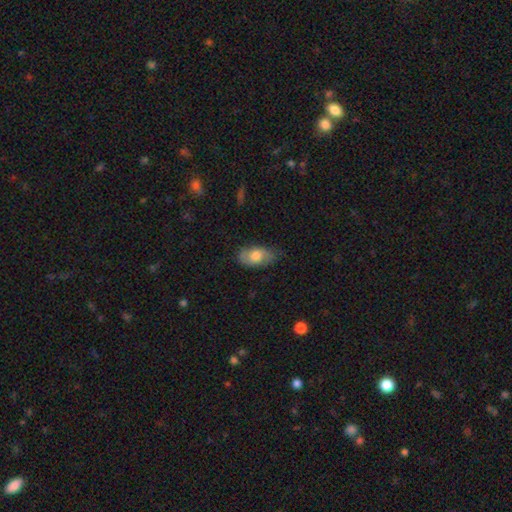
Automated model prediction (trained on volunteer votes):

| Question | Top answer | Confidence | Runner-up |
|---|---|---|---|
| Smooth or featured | smooth | 70% | featured or disk (24%) |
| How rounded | in between | 91% | round (6%) |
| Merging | none | 69% | minor disturbance (24%) |